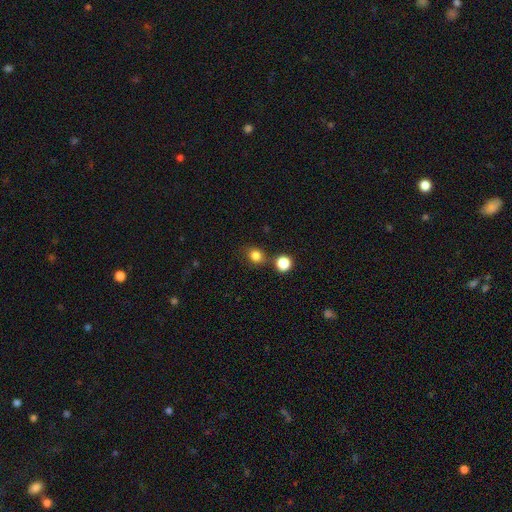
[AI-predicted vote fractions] The model was most divided on "how rounded": round: 74%, in between: 25%, cigar-shaped: 1%. More confident: smooth or featured — smooth (82%); merging — none (73%).